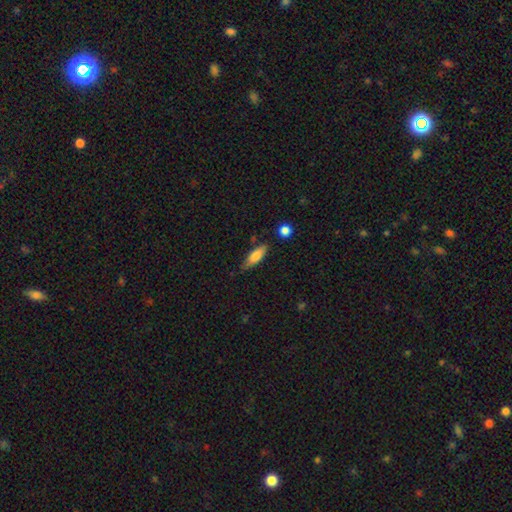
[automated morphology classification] The model was most divided on "how rounded": in between: 58%, cigar-shaped: 40%, round: 2%. More confident: smooth or featured — smooth (76%); merging — none (72%).